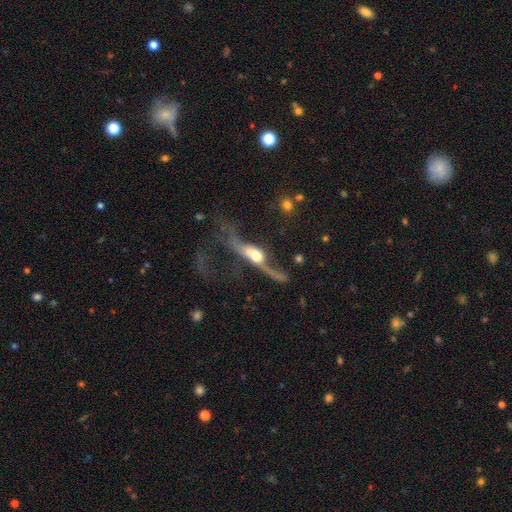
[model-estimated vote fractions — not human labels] This appears to be a featured or disk galaxy (65%). Merging: major disturbance (48%).